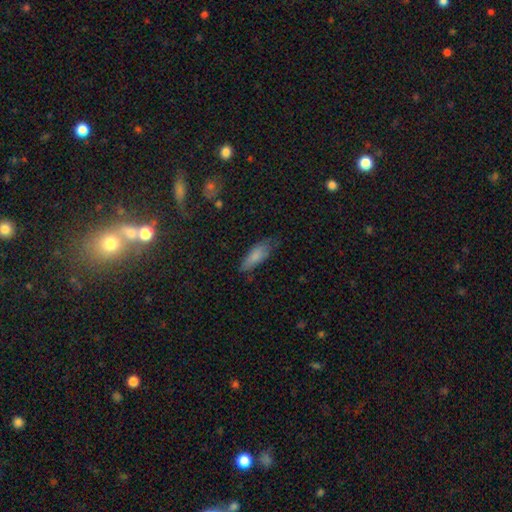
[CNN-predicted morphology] A smooth galaxy with no disk features (79%) that is in between round and cigar-shaped (64%).

Vote fractions:
- Smooth or featured? smooth: 79% / featured or disk: 14% / star or artifact: 7%
- How rounded? in between: 64% / cigar-shaped: 34% / round: 2%
- Merging? none: 61% / minor disturbance: 30% / major disturbance: 7% / merger: 2%